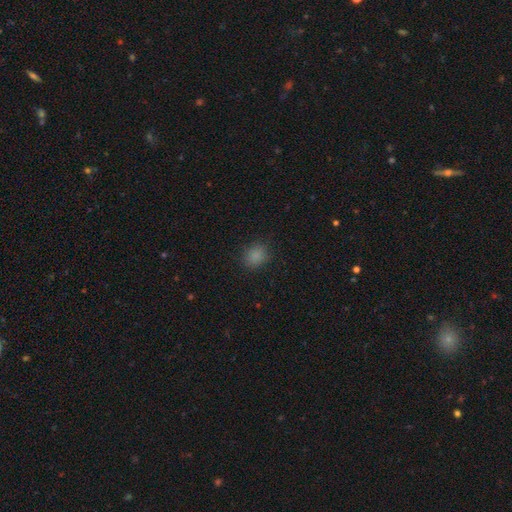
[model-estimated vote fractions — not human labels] A smooth galaxy with no disk features (84%) that is round (60%). Merging: none (85%).